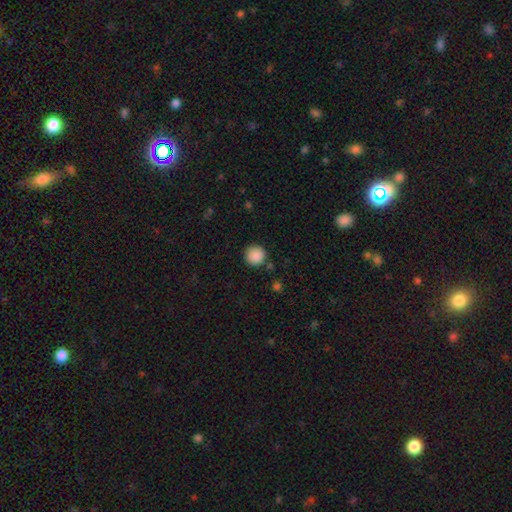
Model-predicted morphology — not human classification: smooth_or_featured: smooth (p=0.88) [alt: star or artifact p=0.09]
how_rounded: round (p=0.95) [alt: in between p=0.04]
merging: none (p=0.87) [alt: minor disturbance p=0.08]